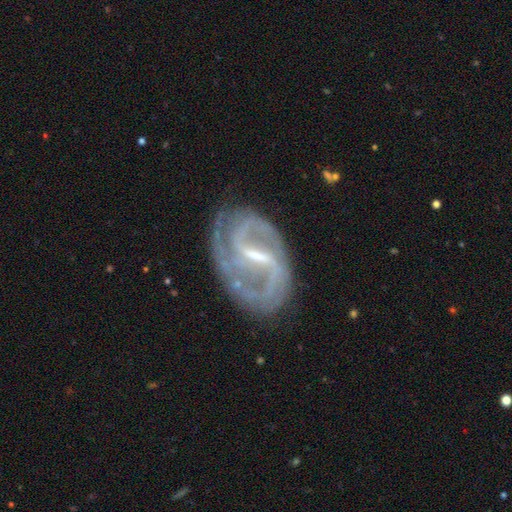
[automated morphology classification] A featured or disk galaxy (88%) with a strong bar (50%), 2 (64%) medium (48%) spiral arms (96%) and a small central bulge (59%). Merging: none (68%).